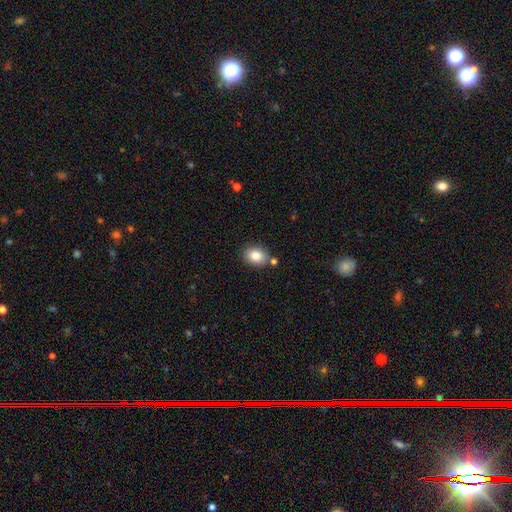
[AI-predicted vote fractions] smooth_or_featured: smooth (p=0.84) [alt: star or artifact p=0.09]
how_rounded: in between (p=0.63) [alt: round p=0.36]
merging: none (p=0.78) [alt: minor disturbance p=0.11]